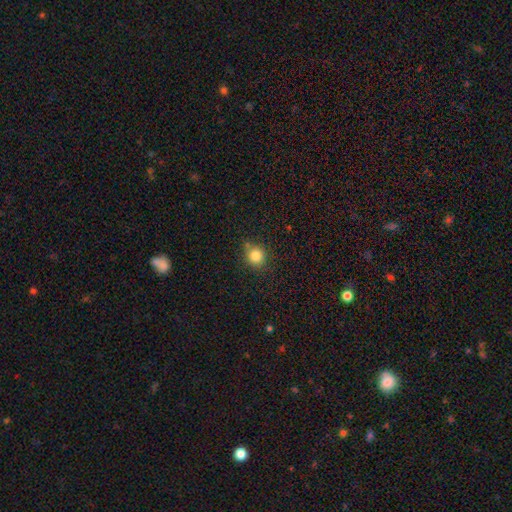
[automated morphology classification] Smooth or featured: smooth — 84% (star or artifact — 11%)
How rounded: round — 85% (in between — 14%)
Merging: none — 73% (minor disturbance — 17%)